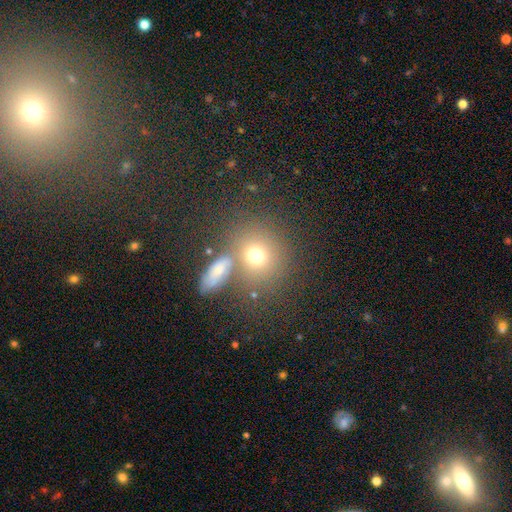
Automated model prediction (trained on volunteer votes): The model was most divided on "merging": none: 61%, merger: 22%, minor disturbance: 11%, major disturbance: 6%. More confident: how rounded — round (79%); smooth or featured — smooth (72%).